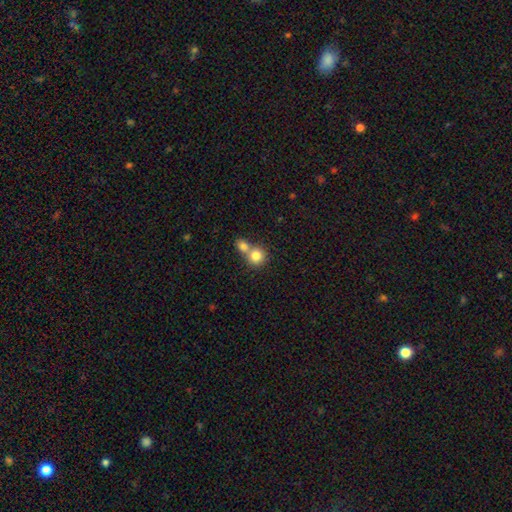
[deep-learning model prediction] This appears to be a smooth galaxy with no disk features (80%) that is round (87%). Merging: merger (55%).